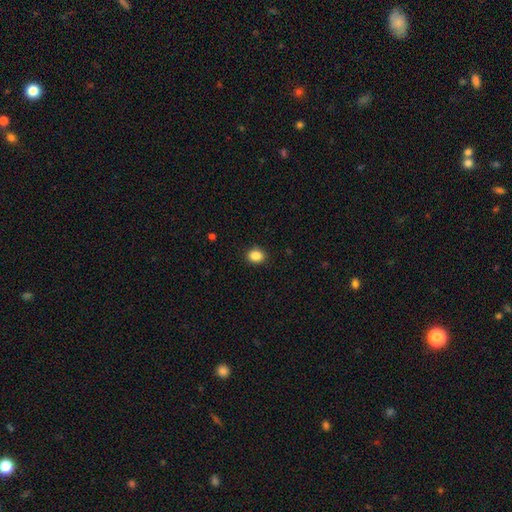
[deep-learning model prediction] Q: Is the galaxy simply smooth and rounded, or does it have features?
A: smooth — 86%.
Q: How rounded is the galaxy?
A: round — 54%.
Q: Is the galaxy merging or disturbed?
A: none — 89%.